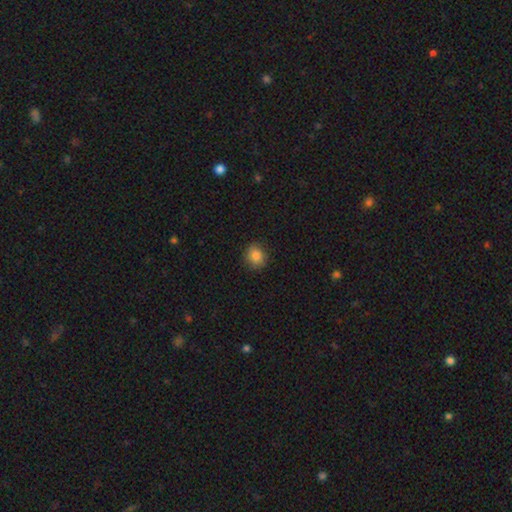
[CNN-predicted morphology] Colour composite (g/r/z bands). It shows a smooth galaxy with no disk features (84%) that is round (76%). Merging: none (87%).